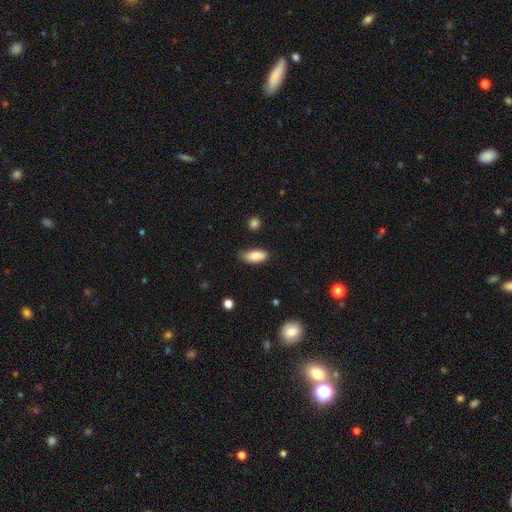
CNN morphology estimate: Q: Smooth or featured?
A: smooth (85%); runner-up: featured or disk (8%)
Q: How rounded?
A: in between (82%); runner-up: cigar-shaped (15%)
Q: Merging?
A: none (71%); runner-up: minor disturbance (23%)